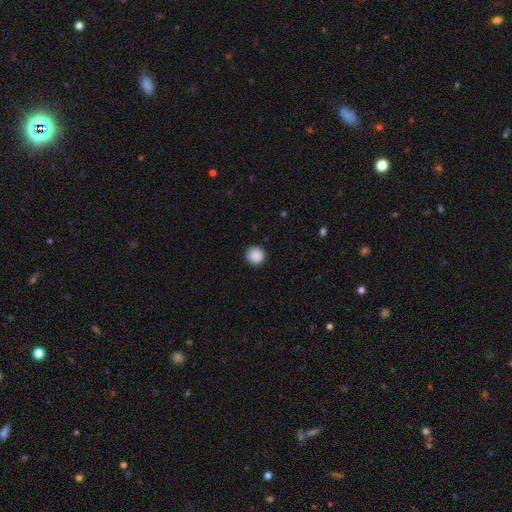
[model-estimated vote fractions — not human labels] Smooth or featured? Predicted: smooth (p=0.89). How rounded? Predicted: round (p=0.95). Merging? Predicted: none (p=0.92).